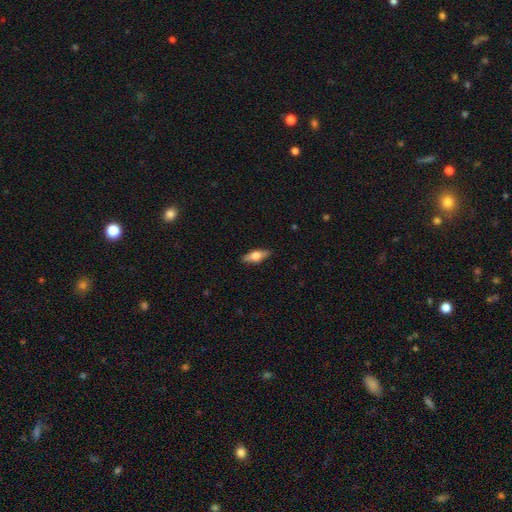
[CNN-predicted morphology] smooth 52%, featured or disk 42%, star or artifact 6%. Down the decision tree: how rounded — in between (62%); merging — none (88%).